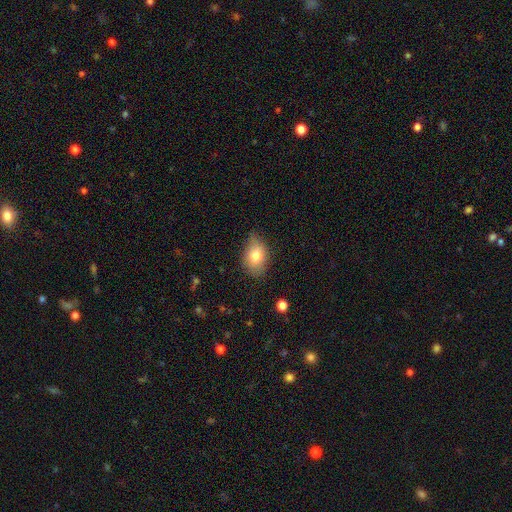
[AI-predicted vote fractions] Morphology: type=smooth (77%); roundness=in between (80%); merging=none (65%).